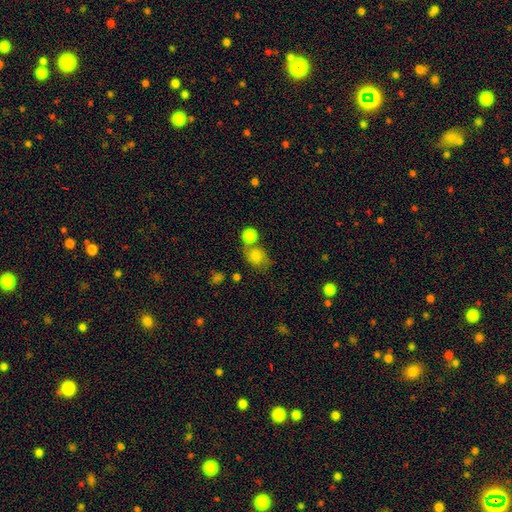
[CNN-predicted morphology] A smooth galaxy with no disk features (78%) that is round (66%).

Vote fractions:
- Smooth or featured? smooth: 78% / featured or disk: 12% / star or artifact: 10%
- How rounded? round: 66% / in between: 32% / cigar-shaped: 1%
- Merging? none: 48% / merger: 29% / minor disturbance: 15% / major disturbance: 8%